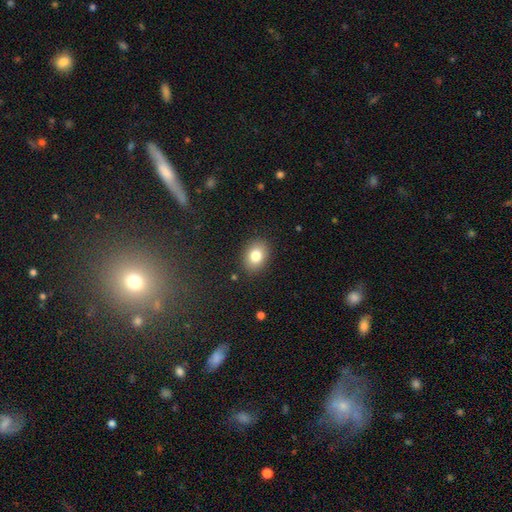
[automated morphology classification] Smooth or featured?
  - smooth: 81% *
  - featured or disk: 10%
  - star or artifact: 9%
How rounded?
  - in between: 69% *
  - round: 30%
  - cigar-shaped: 1%
Merging?
  - none: 87% *
  - minor disturbance: 9%
  - major disturbance: 3%
  - merger: 1%